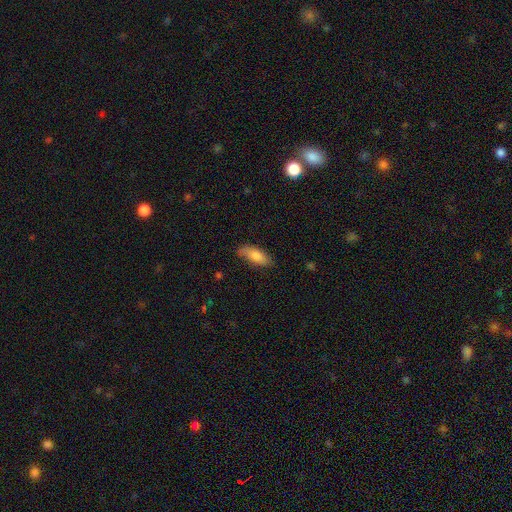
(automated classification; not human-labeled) The model was most divided on "how rounded": in between: 70%, cigar-shaped: 28%, round: 2%. More confident: smooth or featured — smooth (77%); merging — none (77%).